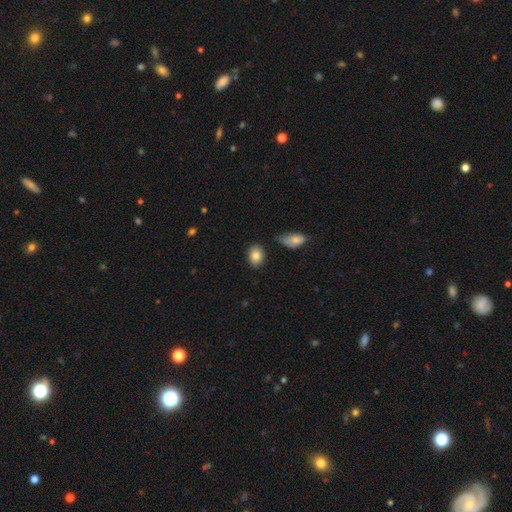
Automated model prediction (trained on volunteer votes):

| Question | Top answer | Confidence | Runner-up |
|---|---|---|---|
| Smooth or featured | smooth | 83% | featured or disk (9%) |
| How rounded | in between | 67% | round (31%) |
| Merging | none | 76% | minor disturbance (15%) |